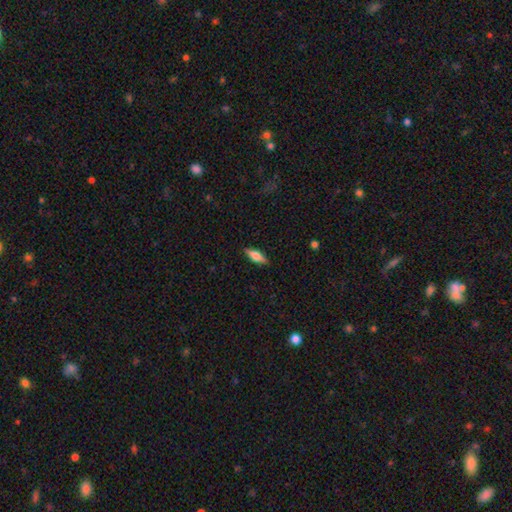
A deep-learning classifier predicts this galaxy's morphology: Smooth or featured? smooth (57%)
How rounded? in between (53%)
Merging? none (87%)